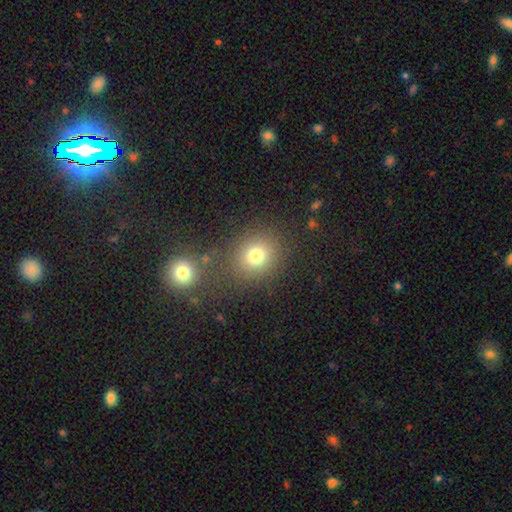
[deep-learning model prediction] Morphology: type=smooth (76%); roundness=round (75%); merging=none (74%).